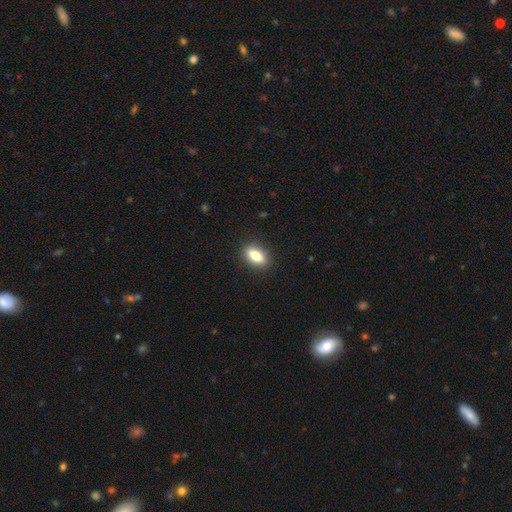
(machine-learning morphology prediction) Smooth or featured: smooth — 79% (featured or disk — 14%)
How rounded: in between — 80% (cigar-shaped — 12%)
Merging: none — 89% (minor disturbance — 8%)